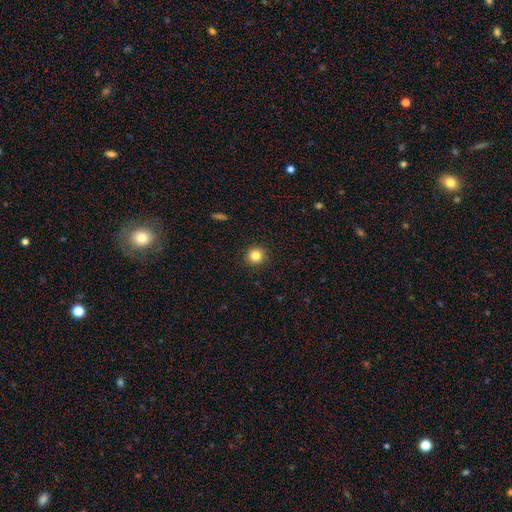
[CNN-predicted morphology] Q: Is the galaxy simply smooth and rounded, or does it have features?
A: smooth — 83%.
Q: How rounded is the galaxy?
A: round — 92%.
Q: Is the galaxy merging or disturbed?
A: none — 92%.